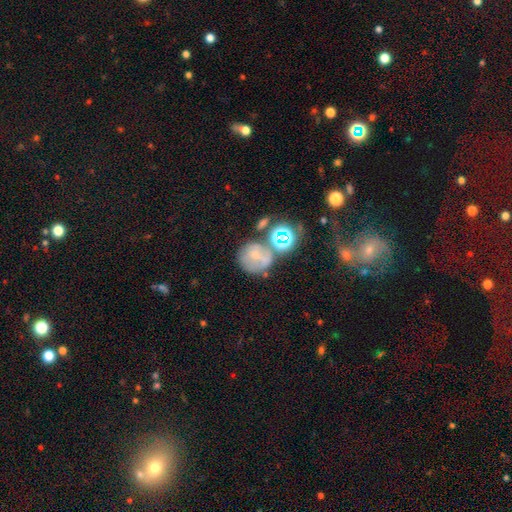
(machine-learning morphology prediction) smooth-or-featured: smooth: 41% | featured or disk: 34% | star or artifact: 26%
  merging: none: 47% | merger: 21% | minor disturbance: 19% | major disturbance: 13%